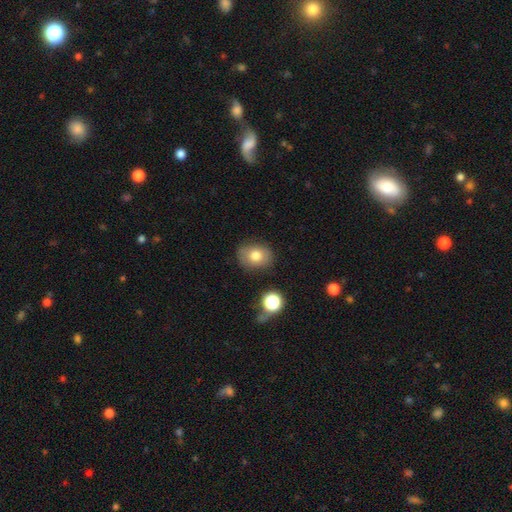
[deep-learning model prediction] The model was most divided on "how rounded": round: 50%, in between: 49%, cigar-shaped: 1%. More confident: merging — none (82%); smooth or featured — smooth (76%).